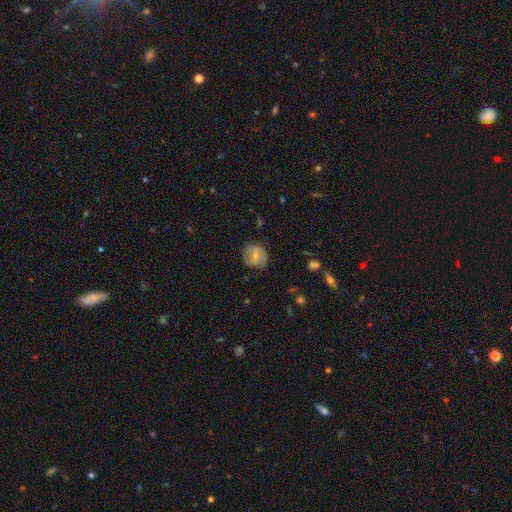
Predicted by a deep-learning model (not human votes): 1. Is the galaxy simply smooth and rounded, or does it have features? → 50% smooth, 41% featured or disk, 8% star or artifact.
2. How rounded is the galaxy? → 80% round, 19% in between, 1% cigar-shaped.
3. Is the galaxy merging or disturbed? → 75% none, 18% minor disturbance, 6% major disturbance, 1% merger.